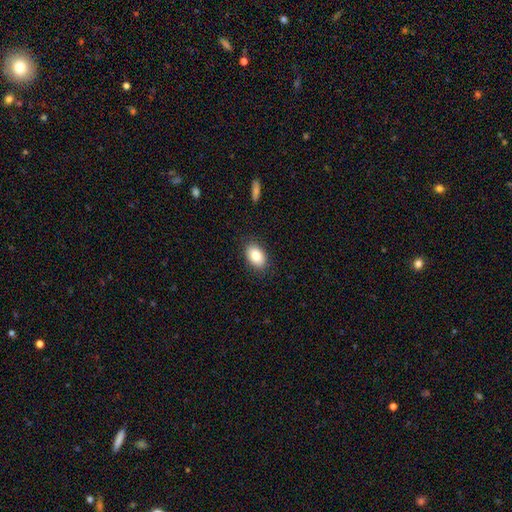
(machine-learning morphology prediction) Smooth or featured: smooth — 83% (featured or disk — 10%)
How rounded: in between — 88% (round — 11%)
Merging: none — 87% (minor disturbance — 10%)